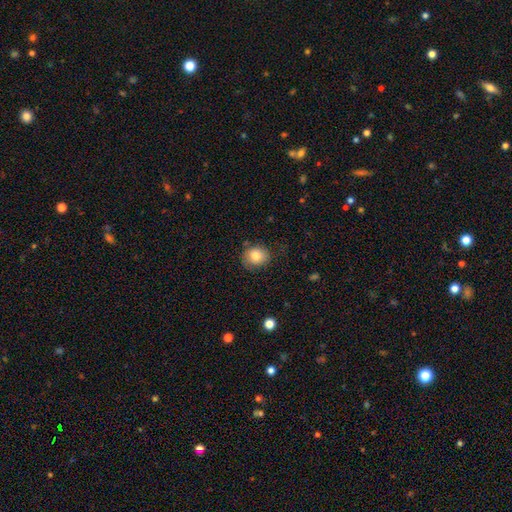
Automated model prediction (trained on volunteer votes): Overall: smooth (81%). How rounded: round (75%). Merging: none (77%).